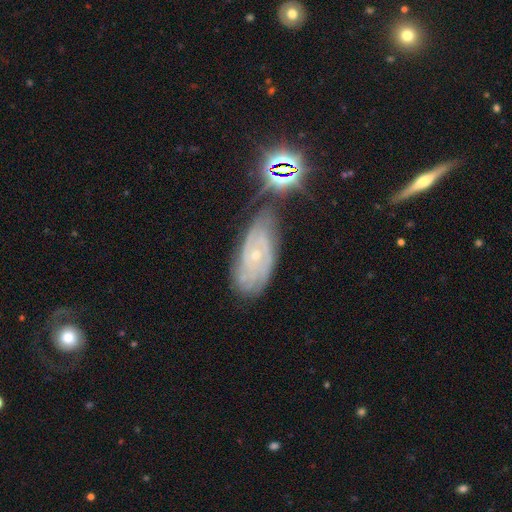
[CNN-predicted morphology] smooth-or-featured: featured or disk: 76% | star or artifact: 13% | smooth: 11%
  disk-edge-on: no: 93% | yes: 7%
    bar: no: 74% | weak: 21% | strong: 5%
    has-spiral-arms: yes: 94% | no: 6%
      spiral-winding: tight: 72% | medium: 22% | loose: 5%
      spiral-arm-count: can't tell: 42% | 2: 18% | 3: 16% | 4: 12% | more than 4: 6% | 1: 5%
    bulge-size: small: 80% | moderate: 17% | none: 2% | large: 1% | dominant: 1%
  merging: none: 67% | minor disturbance: 22% | major disturbance: 7% | merger: 4%